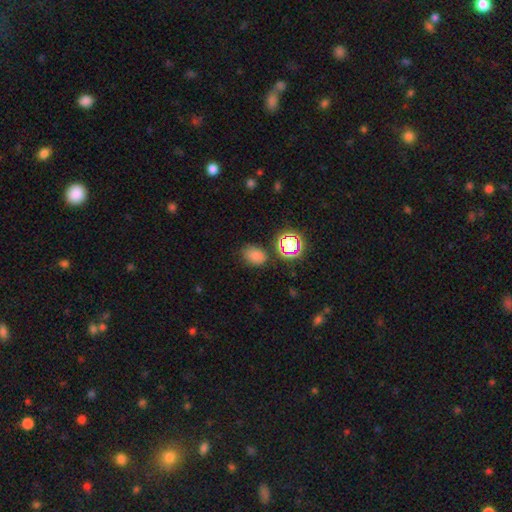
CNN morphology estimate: Smooth or featured: smooth — 70% (star or artifact — 22%)
How rounded: in between — 64% (round — 35%)
Merging: none — 72% (minor disturbance — 17%)